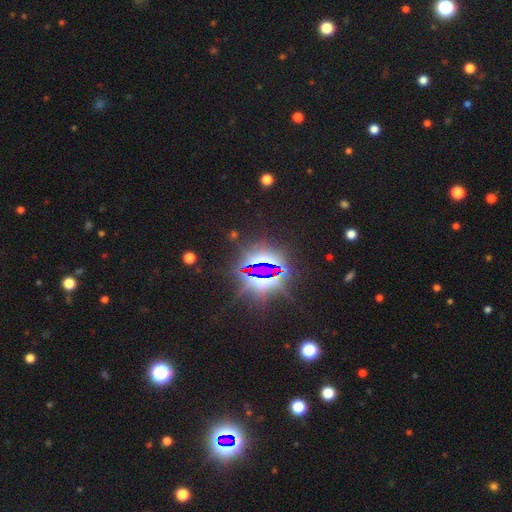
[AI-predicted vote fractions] Smooth or featured?
  - star or artifact: 86% *
  - smooth: 7%
  - featured or disk: 7%